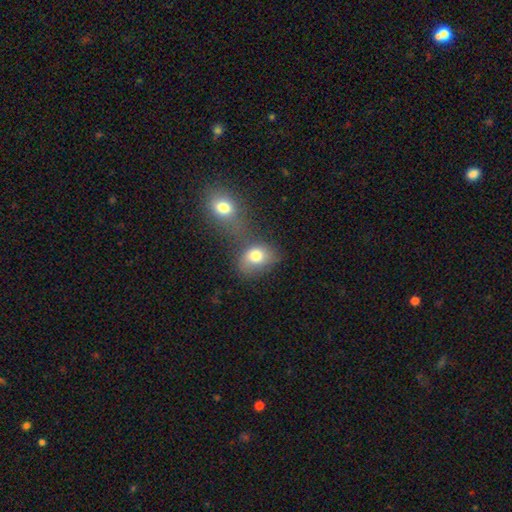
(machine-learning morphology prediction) This is likely a smooth galaxy (78%). How rounded: possibly in between (57%). Merging: marginally merger (42%).